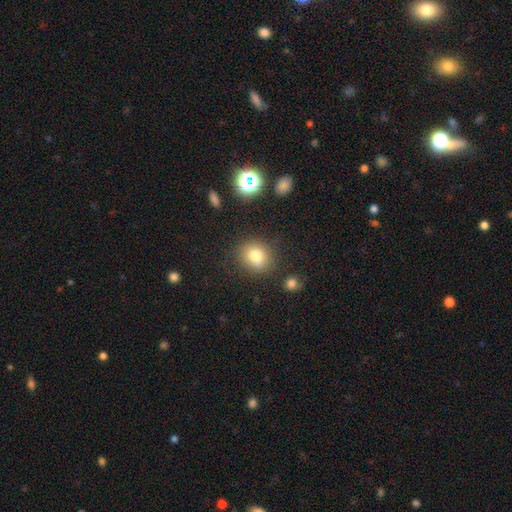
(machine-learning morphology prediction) smooth_or_featured: smooth (p=0.78) [alt: star or artifact p=0.13]
how_rounded: round (p=0.73) [alt: in between p=0.26]
merging: none (p=0.78) [alt: minor disturbance p=0.14]